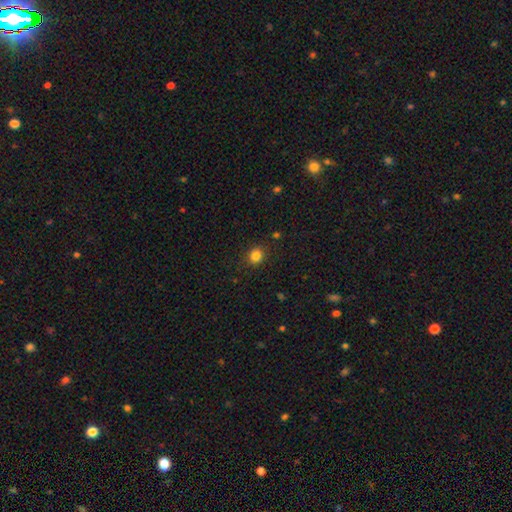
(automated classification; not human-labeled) Smooth or featured? Predicted: smooth (p=0.83). How rounded? Predicted: round (p=0.79). Merging? Predicted: none (p=0.88).